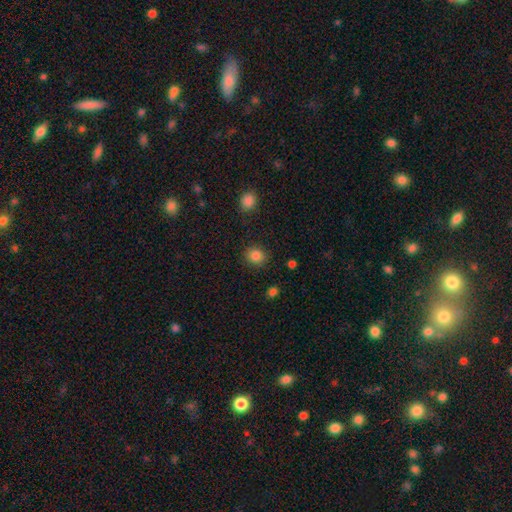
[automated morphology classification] smooth-or-featured: smooth: 86% | star or artifact: 11% | featured or disk: 4%
  how-rounded: round: 81% | in between: 18% | cigar-shaped: 1%
  merging: none: 87% | minor disturbance: 8% | major disturbance: 3% | merger: 2%